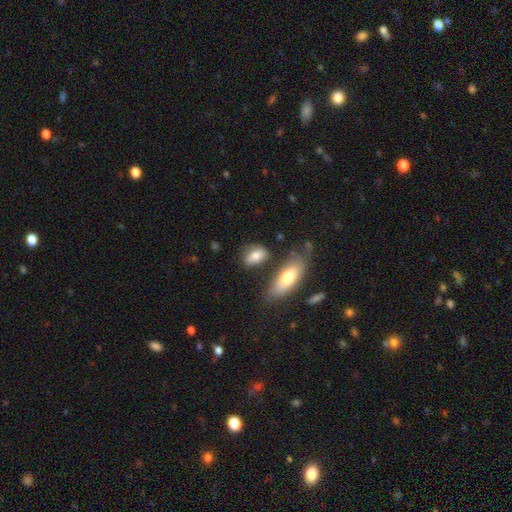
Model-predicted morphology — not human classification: smooth 74%, featured or disk 18%, star or artifact 8%. Down the decision tree: how rounded — in between (80%); merging — none (60%).